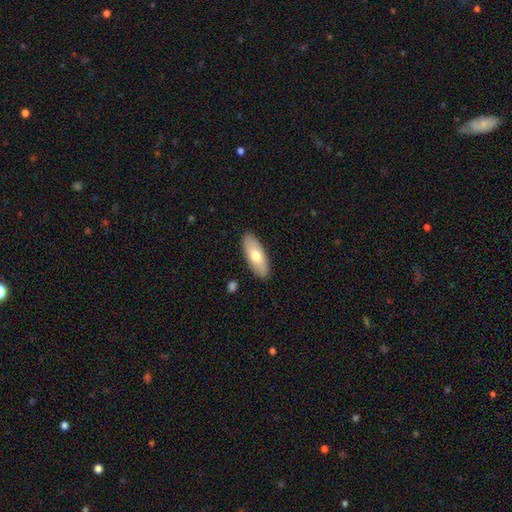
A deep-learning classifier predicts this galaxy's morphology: smooth_or_featured: smooth (p=0.67) [alt: featured or disk p=0.27]
how_rounded: in between (p=0.78) [alt: cigar-shaped p=0.20]
merging: none (p=0.88) [alt: minor disturbance p=0.08]